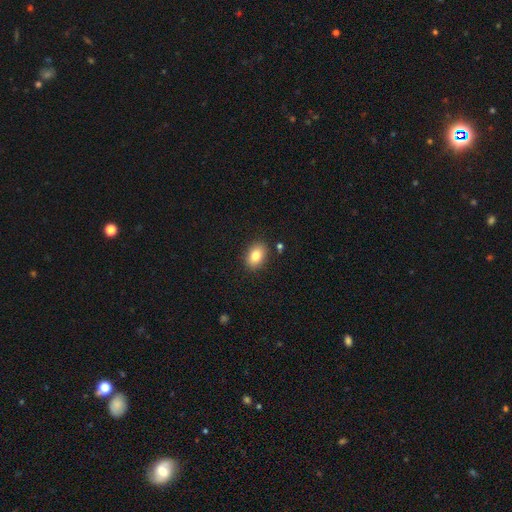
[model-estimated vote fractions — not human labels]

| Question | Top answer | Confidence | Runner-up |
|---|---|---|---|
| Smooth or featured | smooth | 83% | star or artifact (9%) |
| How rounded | in between | 80% | round (19%) |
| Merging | none | 86% | minor disturbance (9%) |